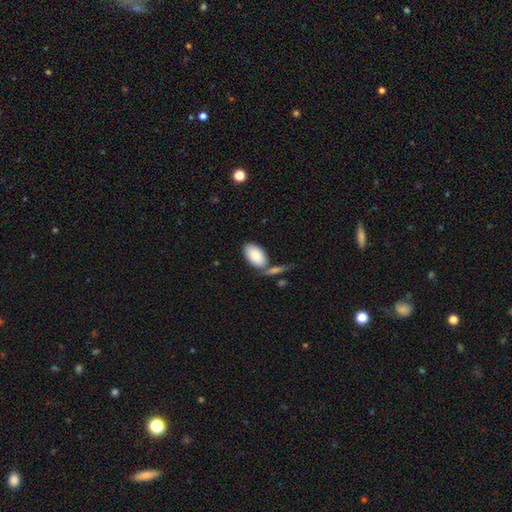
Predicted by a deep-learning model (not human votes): This is clearly a smooth galaxy (87%). How rounded: clearly in between (95%). Merging: possibly none (60%).